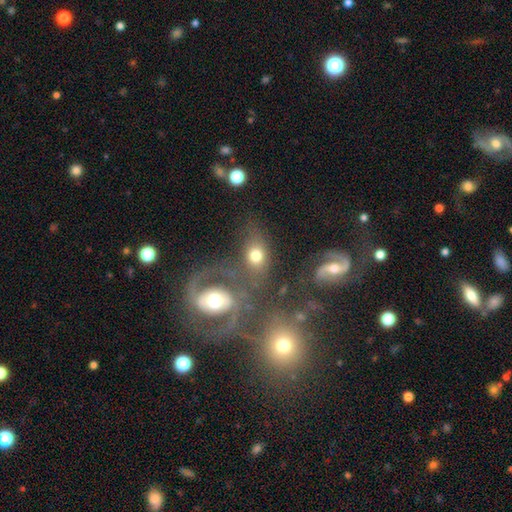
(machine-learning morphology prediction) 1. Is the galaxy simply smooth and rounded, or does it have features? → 61% smooth, 28% featured or disk, 11% star or artifact.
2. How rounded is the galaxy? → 53% in between, 45% round, 2% cigar-shaped.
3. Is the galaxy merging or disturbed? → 43% none, 29% merger, 14% minor disturbance, 14% major disturbance.